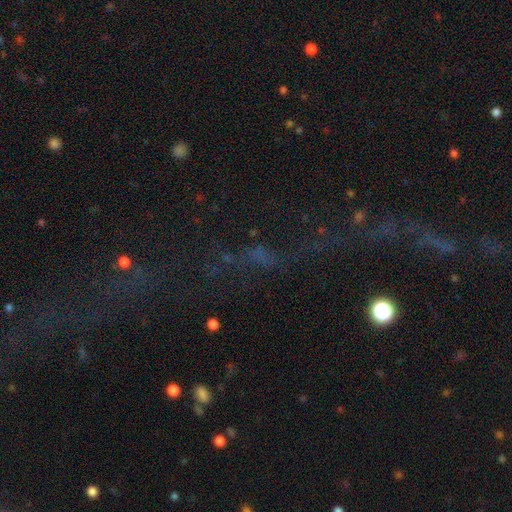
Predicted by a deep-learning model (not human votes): Smooth or featured? star or artifact (52%)